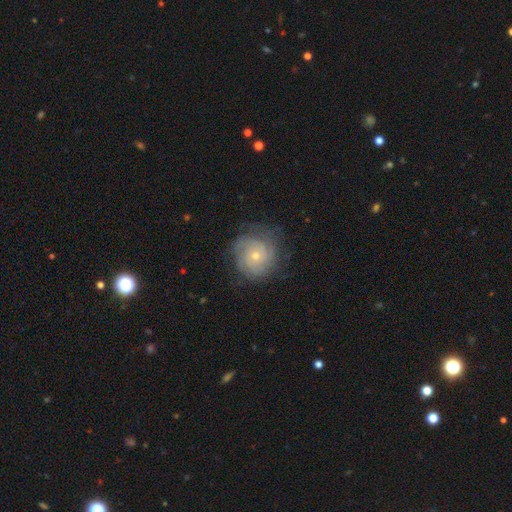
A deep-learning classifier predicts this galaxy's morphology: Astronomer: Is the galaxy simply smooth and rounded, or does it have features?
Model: featured or disk — 63%.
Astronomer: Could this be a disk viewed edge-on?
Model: no — 97%.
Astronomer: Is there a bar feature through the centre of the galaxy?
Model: no — 84%.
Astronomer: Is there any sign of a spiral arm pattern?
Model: yes — 86%.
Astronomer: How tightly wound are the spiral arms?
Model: tight — 68%.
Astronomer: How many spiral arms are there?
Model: can't tell — 46%.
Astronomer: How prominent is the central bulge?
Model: small — 67%.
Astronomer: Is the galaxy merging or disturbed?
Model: none — 74%.